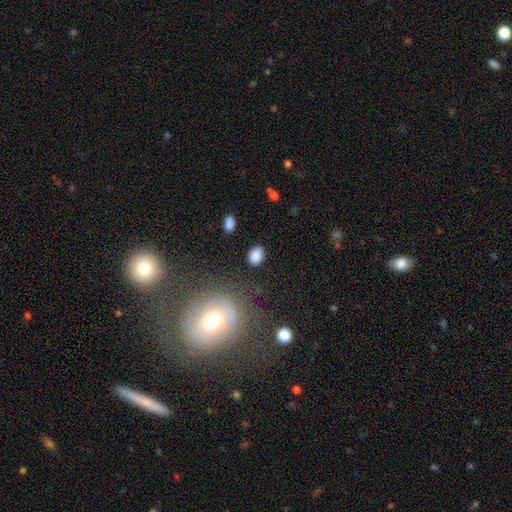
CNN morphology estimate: Smooth or featured: smooth — 86% (star or artifact — 9%)
How rounded: in between — 77% (round — 22%)
Merging: none — 82% (minor disturbance — 12%)